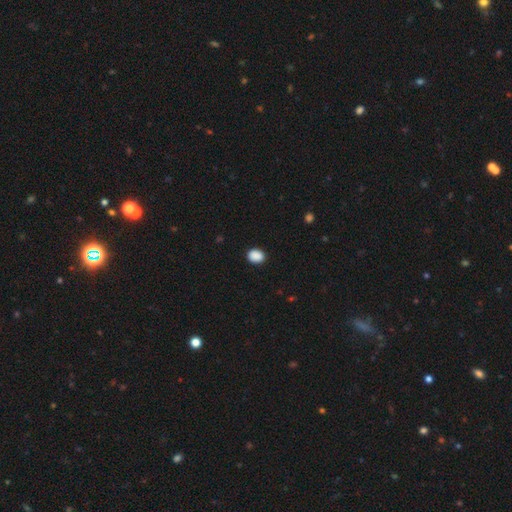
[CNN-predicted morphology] Smooth or featured? smooth (89%)
How rounded? in between (56%)
Merging? none (89%)